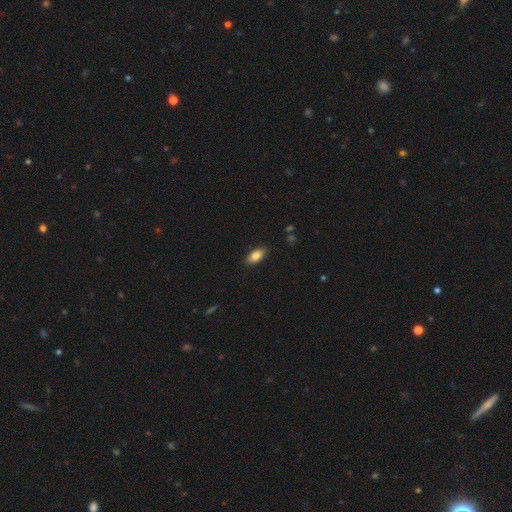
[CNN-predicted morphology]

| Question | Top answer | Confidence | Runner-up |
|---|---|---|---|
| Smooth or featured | smooth | 86% | star or artifact (7%) |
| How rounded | in between | 91% | cigar-shaped (6%) |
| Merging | none | 88% | minor disturbance (9%) |